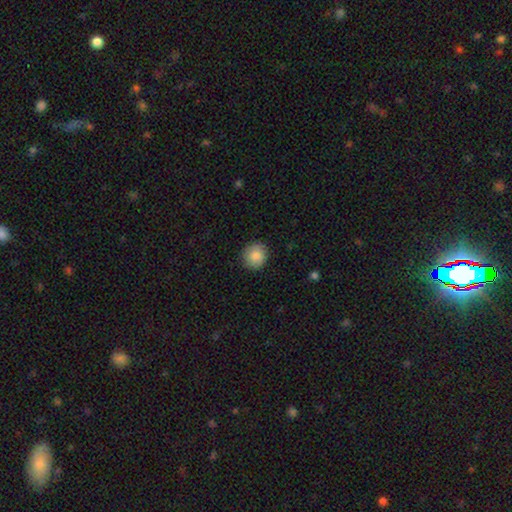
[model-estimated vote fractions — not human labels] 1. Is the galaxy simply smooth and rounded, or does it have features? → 85% smooth, 8% featured or disk, 7% star or artifact.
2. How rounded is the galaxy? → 90% round, 9% in between, 1% cigar-shaped.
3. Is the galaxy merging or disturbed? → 88% none, 9% minor disturbance, 2% major disturbance, 1% merger.